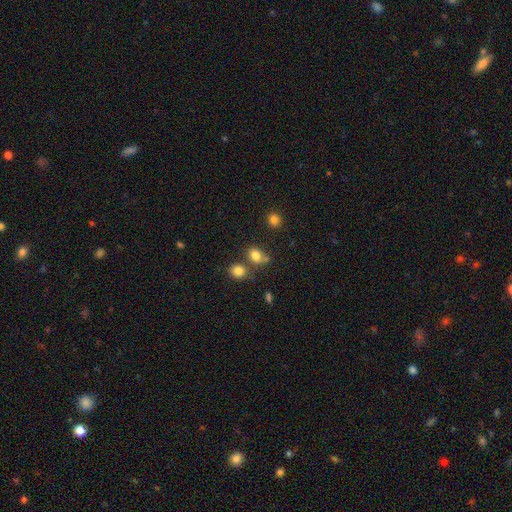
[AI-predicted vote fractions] A smooth galaxy with no disk features (81%) that is round (50%). Merging: none (61%).